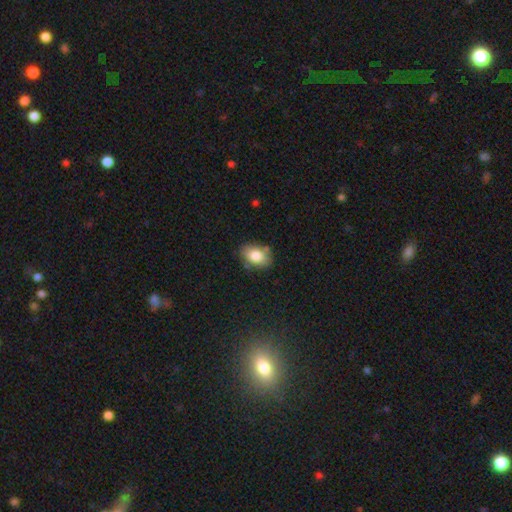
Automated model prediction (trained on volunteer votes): smooth_or_featured: smooth (p=0.82) [alt: featured or disk p=0.11]
how_rounded: in between (p=0.82) [alt: round p=0.16]
merging: none (p=0.77) [alt: minor disturbance p=0.17]